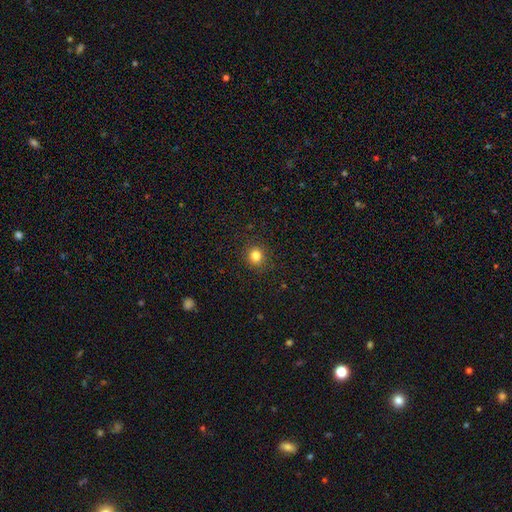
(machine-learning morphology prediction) Smooth or featured?
  - smooth: 82% *
  - star or artifact: 13%
  - featured or disk: 5%
How rounded?
  - round: 87% *
  - in between: 12%
  - cigar-shaped: 1%
Merging?
  - none: 91% *
  - minor disturbance: 6%
  - major disturbance: 2%
  - merger: 1%